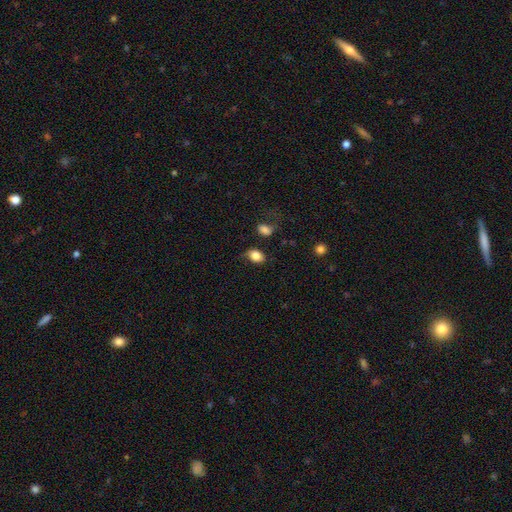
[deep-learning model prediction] A smooth galaxy with no disk features (82%) that is in between round and cigar-shaped (72%).

Vote fractions:
- Smooth or featured? smooth: 82% / featured or disk: 9% / star or artifact: 9%
- How rounded? in between: 72% / round: 27% / cigar-shaped: 1%
- Merging? none: 57% / minor disturbance: 27% / major disturbance: 12% / merger: 5%